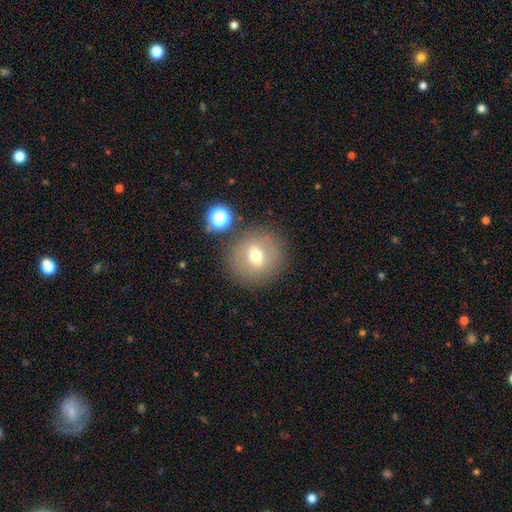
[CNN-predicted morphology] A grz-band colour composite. It shows a smooth galaxy with no disk features (63%) that is round (85%). Merging: none (80%).